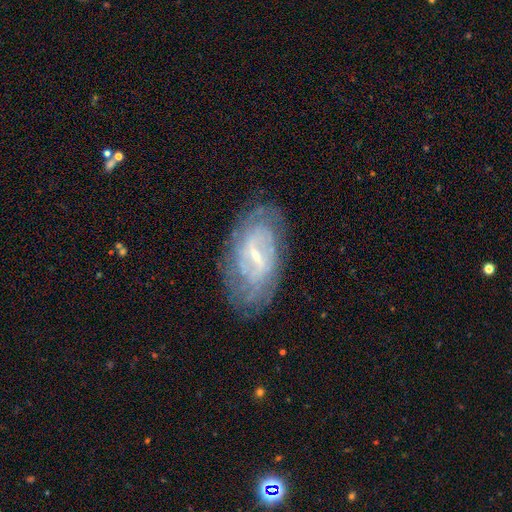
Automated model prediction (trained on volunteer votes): A featured or disk galaxy (80%) with a weak bar (45%), tight (59%) spiral arms (79%) and a small central bulge (71%).

Vote fractions:
- Smooth or featured? featured or disk: 80% / smooth: 13% / star or artifact: 7%
- Edge-on disk? no: 93% / yes: 7%
- Bar? weak: 45% / strong: 42% / no: 13%
- Spiral arms? yes: 79% / no: 21%
- Spiral winding? tight: 59% / medium: 29% / loose: 13%
- Spiral arm count? can't tell: 54% / 2: 25% / 3: 6% / 4: 6% / more than 4: 4% / 1: 4%
- Bulge size? small: 71% / moderate: 23% / none: 4% / large: 2% / dominant: 1%
- Merging? none: 76% / minor disturbance: 16% / major disturbance: 6% / merger: 1%